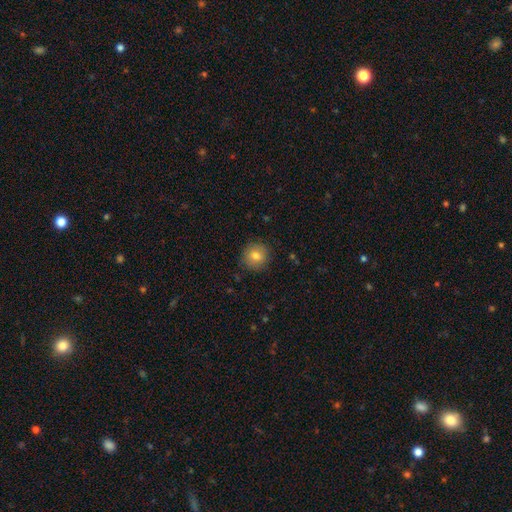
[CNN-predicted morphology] Smooth or featured?
  - smooth: 79% *
  - featured or disk: 11%
  - star or artifact: 10%
How rounded?
  - round: 89% *
  - in between: 10%
  - cigar-shaped: 1%
Merging?
  - none: 88% *
  - minor disturbance: 9%
  - major disturbance: 2%
  - merger: 1%